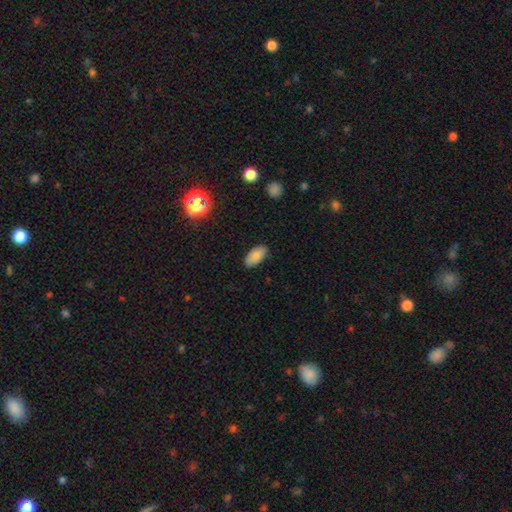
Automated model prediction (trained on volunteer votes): Morphology: type=smooth (83%); roundness=in between (94%); merging=none (87%).